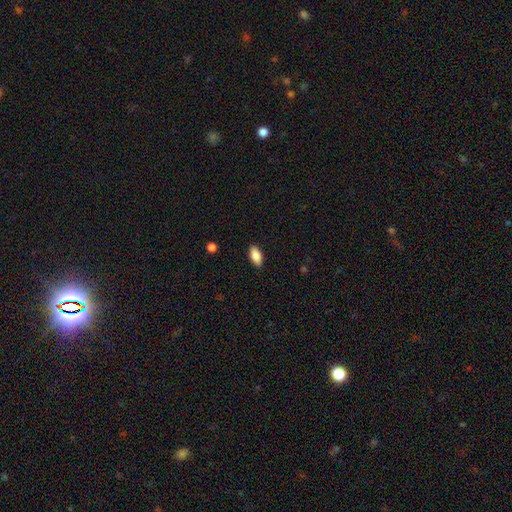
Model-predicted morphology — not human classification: Smooth or featured? smooth (85%)
How rounded? in between (89%)
Merging? none (87%)